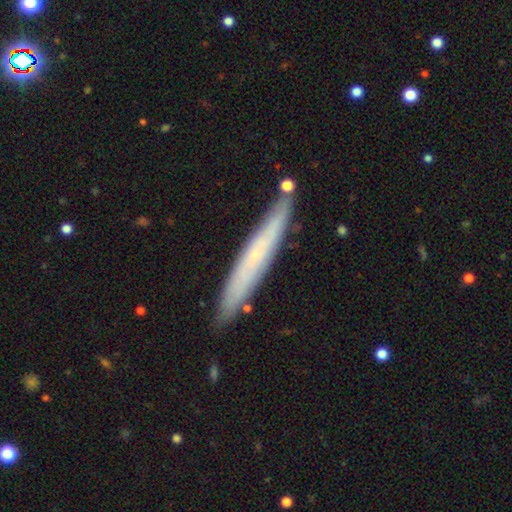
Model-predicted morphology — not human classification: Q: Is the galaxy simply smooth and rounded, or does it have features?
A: featured or disk — 52%.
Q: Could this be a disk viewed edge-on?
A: yes — 83%.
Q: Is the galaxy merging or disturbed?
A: none — 86%.